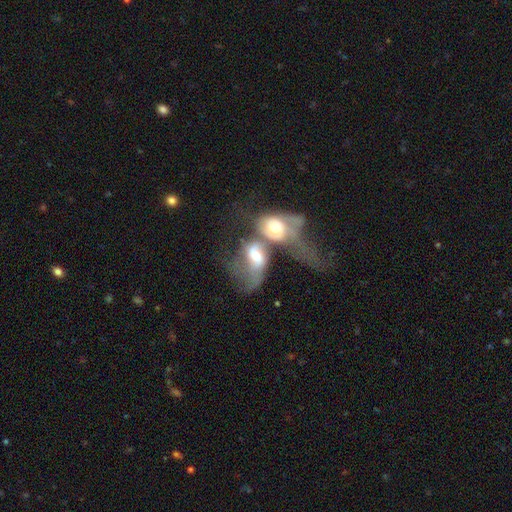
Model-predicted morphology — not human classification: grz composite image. It shows a featured or disk galaxy (57%) with no bar (61%), spiral arms (63%) and a moderate central bulge (59%). Merging: merger (77%).